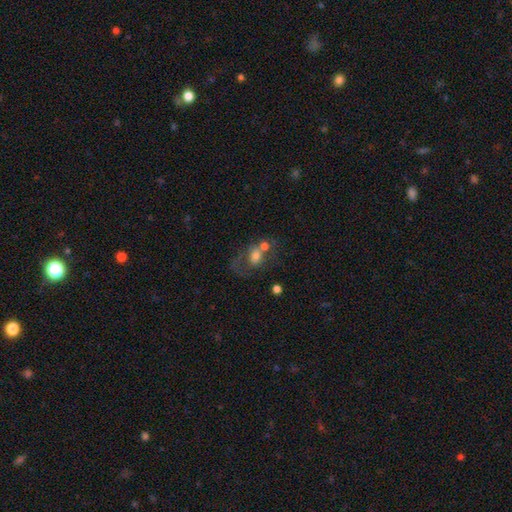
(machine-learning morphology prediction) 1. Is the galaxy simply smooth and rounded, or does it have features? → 59% smooth, 29% featured or disk, 12% star or artifact.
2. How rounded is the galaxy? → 52% in between, 47% round, 2% cigar-shaped.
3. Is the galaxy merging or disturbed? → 44% merger, 27% none, 16% major disturbance, 13% minor disturbance.